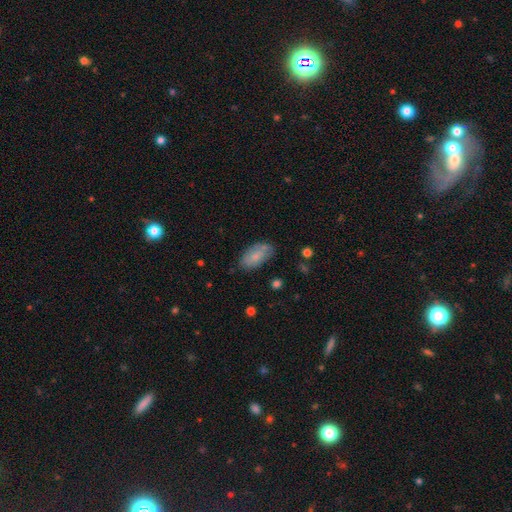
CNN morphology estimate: smooth_or_featured: smooth (p=0.78) [alt: featured or disk p=0.16]
how_rounded: in between (p=0.93) [alt: cigar-shaped p=0.05]
merging: none (p=0.73) [alt: minor disturbance p=0.19]